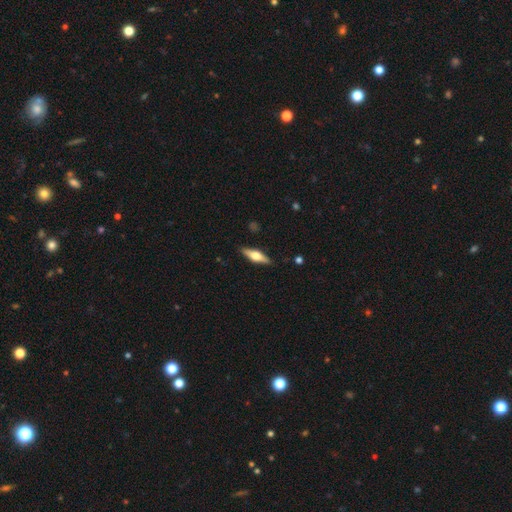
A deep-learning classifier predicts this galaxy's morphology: smooth-or-featured: featured or disk: 57% | smooth: 37% | star or artifact: 6%
  disk-edge-on: yes: 95% | no: 5%
    edge-on-bulge: rounded: 92% | boxy: 6% | none: 2%
  merging: none: 88% | minor disturbance: 9% | major disturbance: 2% | merger: 1%